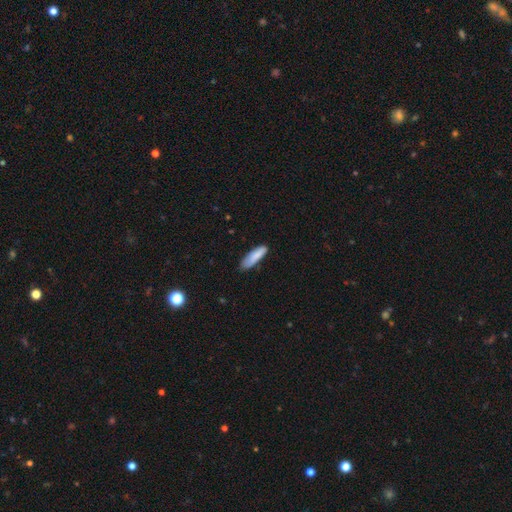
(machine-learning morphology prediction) The model was most divided on "how rounded": cigar-shaped: 61%, in between: 38%, round: 1%. More confident: smooth or featured — smooth (84%); merging — none (72%).